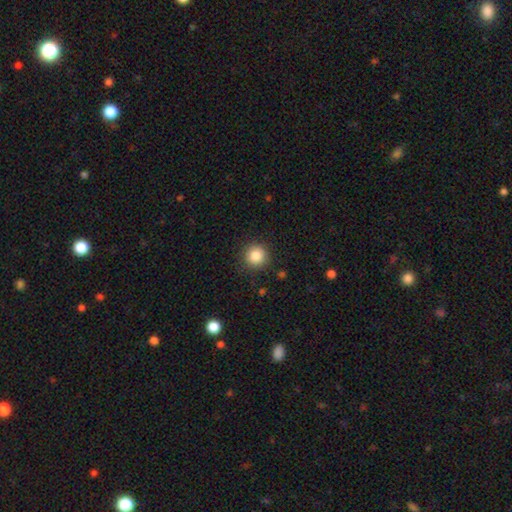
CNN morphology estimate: Smooth or featured?
  - smooth: 86% *
  - star or artifact: 10%
  - featured or disk: 4%
How rounded?
  - round: 94% *
  - in between: 5%
  - cigar-shaped: 1%
Merging?
  - none: 90% *
  - minor disturbance: 7%
  - major disturbance: 2%
  - merger: 1%